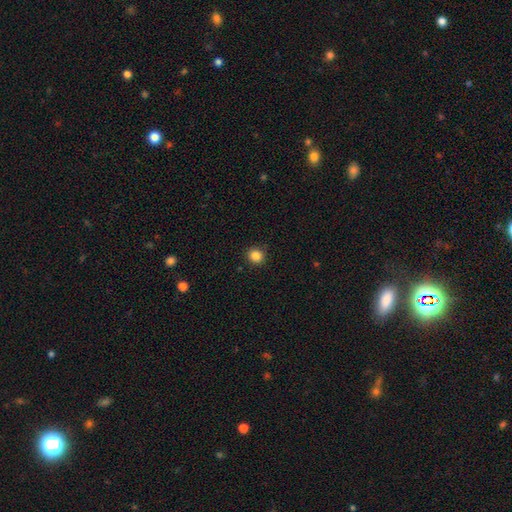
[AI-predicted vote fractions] Smooth or featured?
  - smooth: 85% *
  - star or artifact: 11%
  - featured or disk: 4%
How rounded?
  - round: 91% *
  - in between: 8%
  - cigar-shaped: 1%
Merging?
  - none: 91% *
  - minor disturbance: 6%
  - major disturbance: 2%
  - merger: 1%